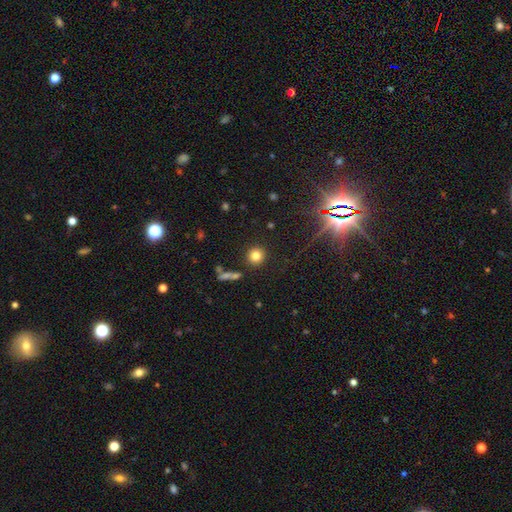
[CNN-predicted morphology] smooth 78%, star or artifact 14%, featured or disk 7%. Down the decision tree: how rounded — round (92%); merging — none (88%).